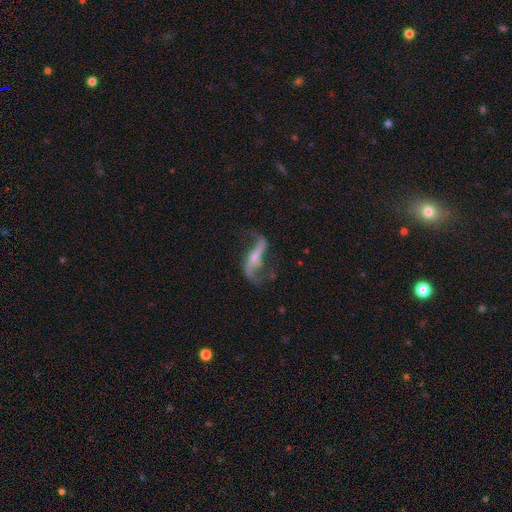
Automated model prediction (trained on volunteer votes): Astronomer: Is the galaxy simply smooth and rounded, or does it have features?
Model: featured or disk — 86%.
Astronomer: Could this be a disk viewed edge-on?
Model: no — 85%.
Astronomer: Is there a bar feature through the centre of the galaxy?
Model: strong — 49% (runner-up: weak, 26%).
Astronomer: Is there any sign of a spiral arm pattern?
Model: yes — 93%.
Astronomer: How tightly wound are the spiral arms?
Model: loose — 89%.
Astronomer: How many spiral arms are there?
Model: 2 — 91%.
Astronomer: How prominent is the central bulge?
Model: small — 65%.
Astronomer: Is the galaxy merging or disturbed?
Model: none — 63%.